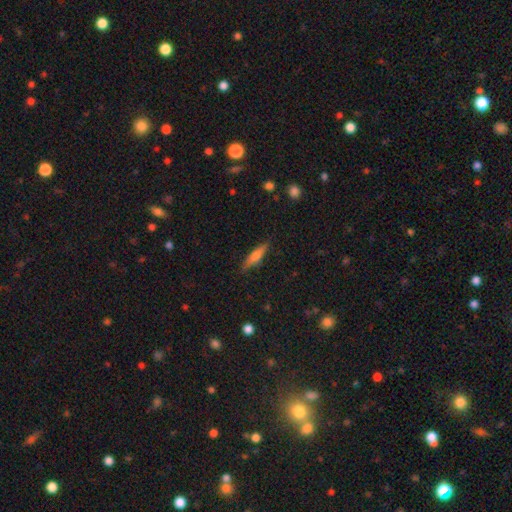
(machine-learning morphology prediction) Smooth or featured? Predicted: smooth (p=0.55). How rounded? Predicted: cigar-shaped (p=0.83). Merging? Predicted: none (p=0.87).